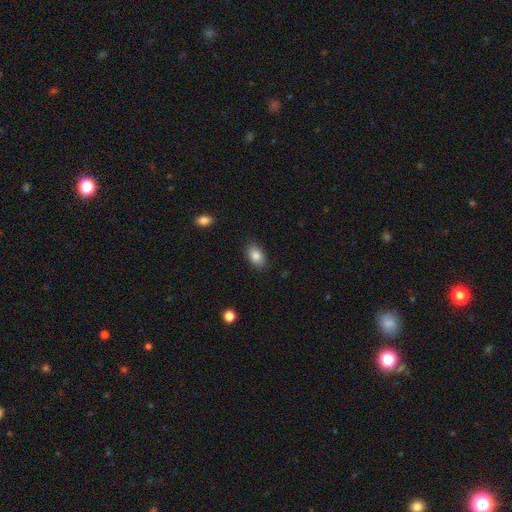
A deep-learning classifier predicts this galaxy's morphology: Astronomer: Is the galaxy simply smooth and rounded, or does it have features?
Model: smooth — 85%.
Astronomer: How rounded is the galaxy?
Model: in between — 90%.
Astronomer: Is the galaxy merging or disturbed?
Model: none — 85%.